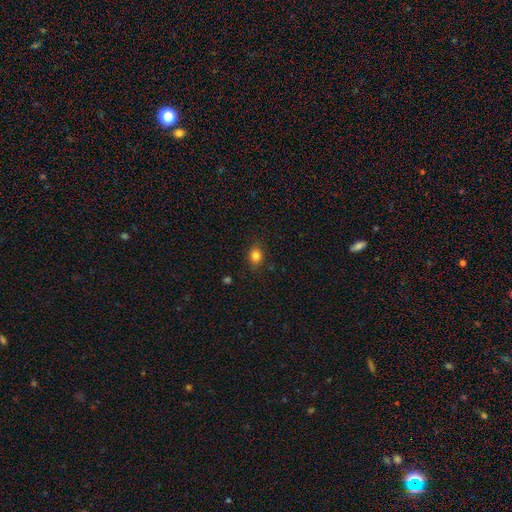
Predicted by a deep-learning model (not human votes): smooth 82%, star or artifact 12%, featured or disk 6%. Down the decision tree: how rounded — round (59%); merging — none (84%).